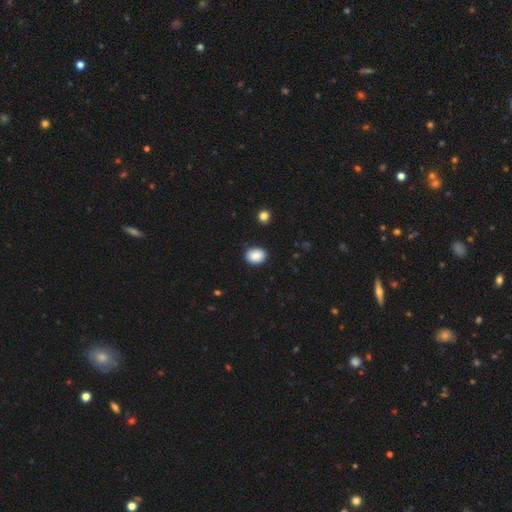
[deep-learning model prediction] smooth 89%, star or artifact 8%, featured or disk 3%. Down the decision tree: how rounded — in between (51%); merging — none (88%).